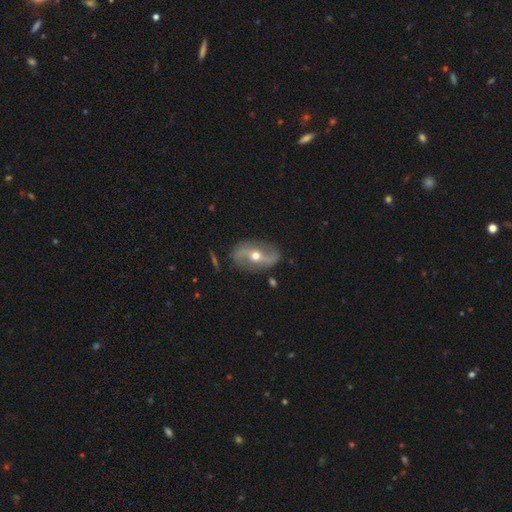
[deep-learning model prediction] Overall: featured or disk (82%). Edge-on disk: no (94%). Bar: strong (35%; no 33%). Spiral arms: yes (87%). Spiral arm count: 2 (93%). Spiral winding: loose (69%). Bulge size: moderate (74%). Merging: none (82%).